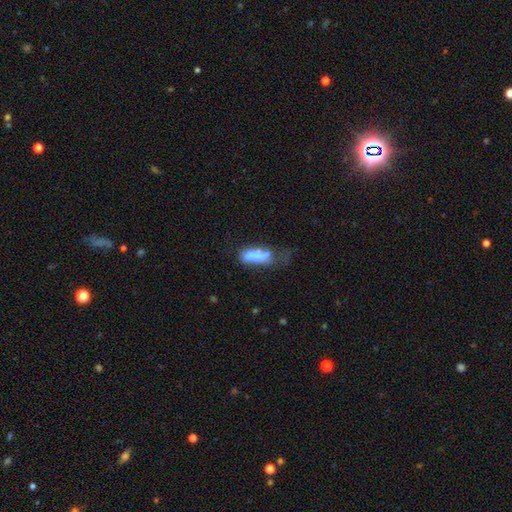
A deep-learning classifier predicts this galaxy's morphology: Smooth or featured? Predicted: smooth (p=0.56). How rounded? Predicted: in between (p=0.71). Merging? Predicted: merger (p=0.34).